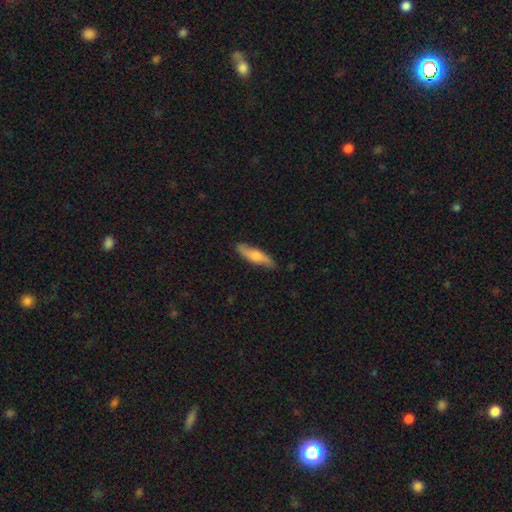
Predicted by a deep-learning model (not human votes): smooth-or-featured: smooth: 57% | featured or disk: 38% | star or artifact: 6%
  how-rounded: cigar-shaped: 71% | in between: 27% | round: 2%
  merging: none: 82% | minor disturbance: 14% | major disturbance: 2% | merger: 1%